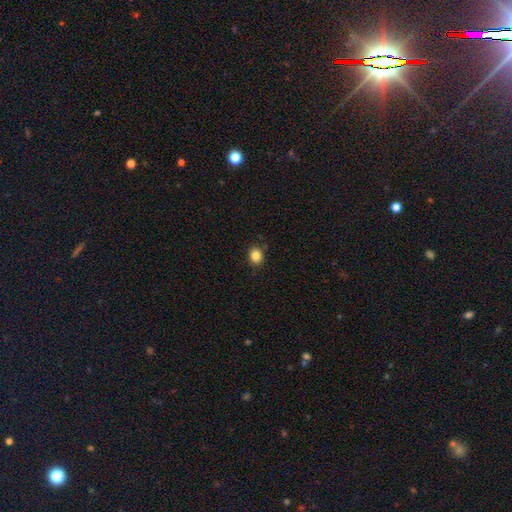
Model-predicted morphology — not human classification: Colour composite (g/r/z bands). It shows a smooth galaxy with no disk features (85%) that is round (61%). Merging: none (87%).